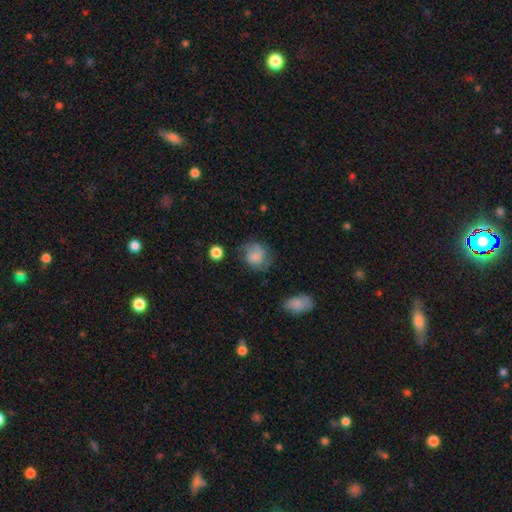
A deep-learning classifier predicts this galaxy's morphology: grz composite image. It shows a smooth galaxy with no disk features (68%) that is round (69%). Merging: none (56%).